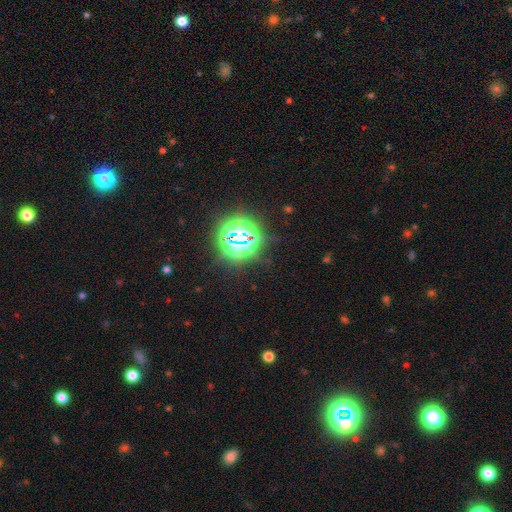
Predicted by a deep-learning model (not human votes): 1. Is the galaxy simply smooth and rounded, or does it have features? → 71% star or artifact, 23% smooth, 6% featured or disk.